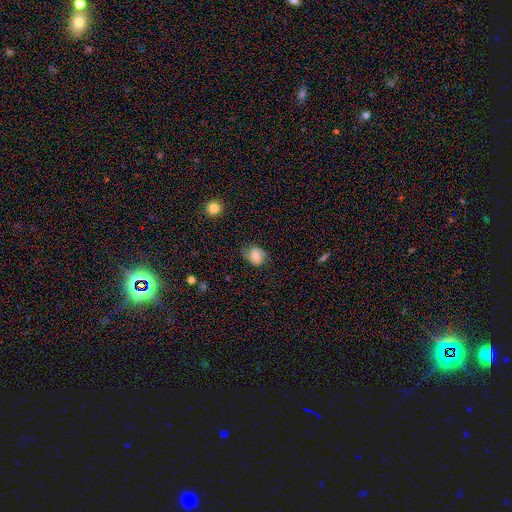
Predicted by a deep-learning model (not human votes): The model was most divided on "how rounded": in between: 60%, round: 39%, cigar-shaped: 1%. More confident: merging — none (62%); smooth or featured — smooth (60%).